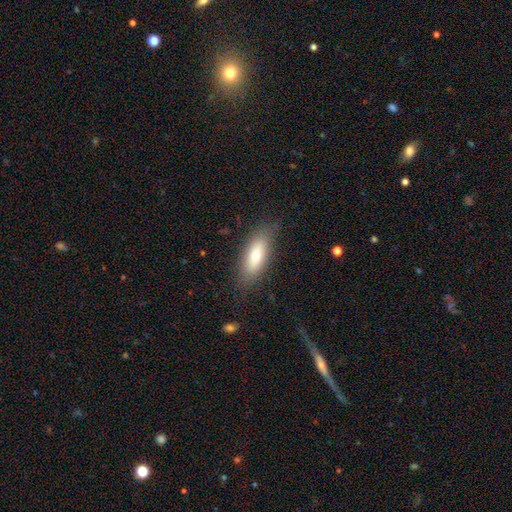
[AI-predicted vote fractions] A smooth galaxy with no disk features (68%) that is in between round and cigar-shaped (73%). Merging: none (81%).